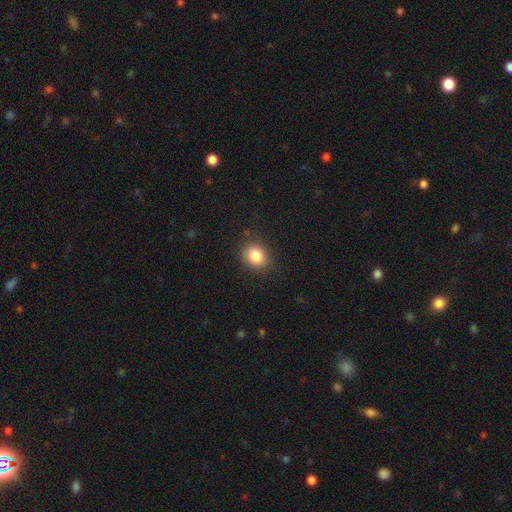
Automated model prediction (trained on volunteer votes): This is clearly a smooth galaxy (84%). How rounded: possibly round (53%). Merging: clearly none (83%).